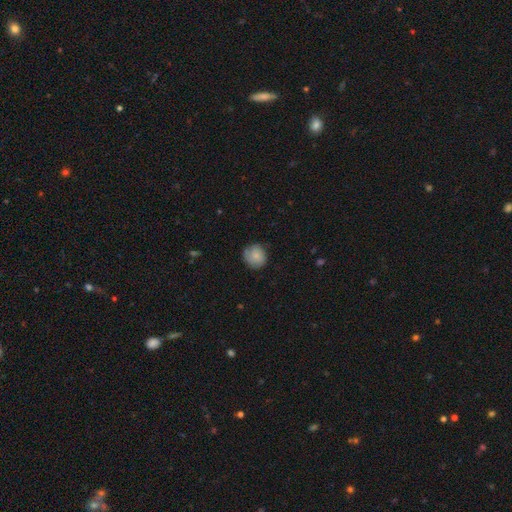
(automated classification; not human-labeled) Overall: smooth (74%). How rounded: round (86%). Merging: none (73%).